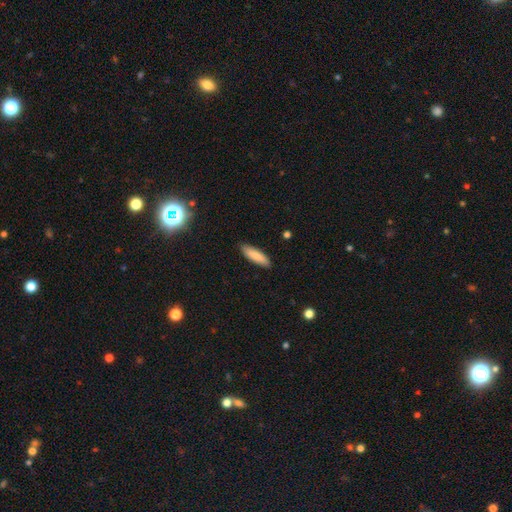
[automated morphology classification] Q: Smooth or featured?
A: smooth (85%); runner-up: featured or disk (9%)
Q: How rounded?
A: cigar-shaped (60%); runner-up: in between (38%)
Q: Merging?
A: none (88%); runner-up: minor disturbance (9%)